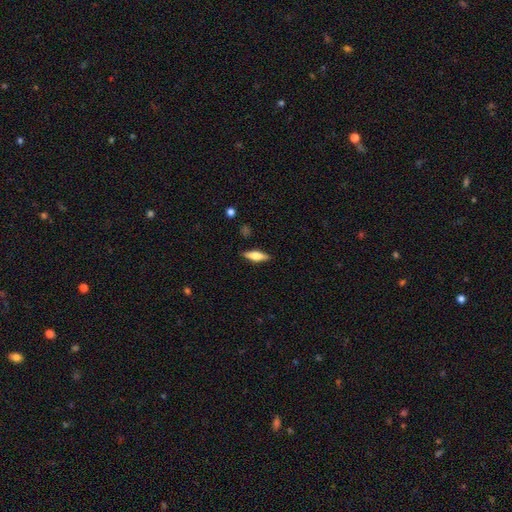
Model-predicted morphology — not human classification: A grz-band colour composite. It shows a smooth galaxy with no disk features (57%) that is in between round and cigar-shaped (51%). Merging: none (87%).